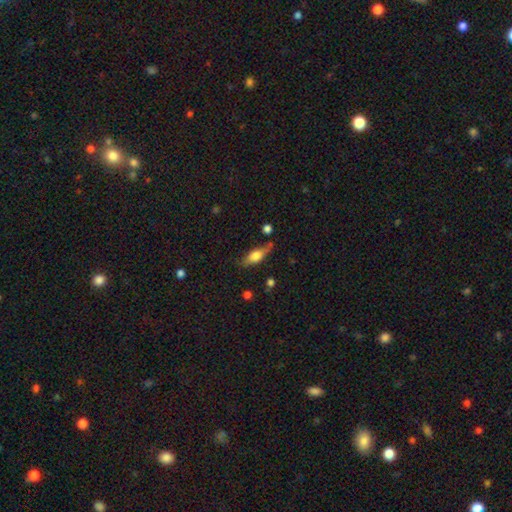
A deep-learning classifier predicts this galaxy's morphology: smooth_or_featured: smooth (p=0.58) [alt: featured or disk p=0.35]
how_rounded: in between (p=0.68) [alt: cigar-shaped p=0.27]
merging: none (p=0.62) [alt: minor disturbance p=0.24]